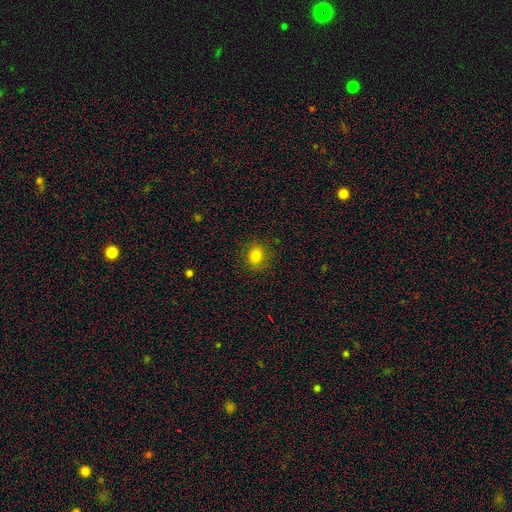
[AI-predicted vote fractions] smooth_or_featured: smooth (p=0.81) [alt: star or artifact p=0.11]
how_rounded: round (p=0.63) [alt: in between p=0.36]
merging: none (p=0.84) [alt: minor disturbance p=0.12]